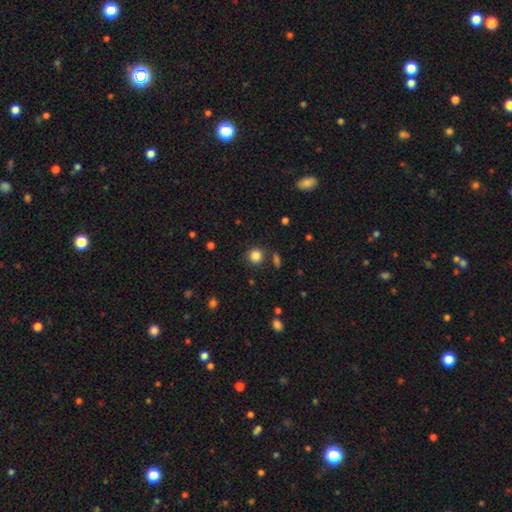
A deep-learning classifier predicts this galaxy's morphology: Smooth or featured? Predicted: smooth (p=0.85). How rounded? Predicted: round (p=0.90). Merging? Predicted: none (p=0.81).